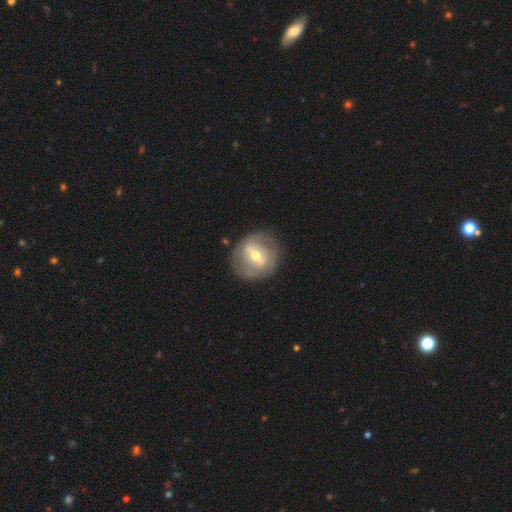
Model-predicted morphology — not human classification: This appears to be a featured or disk galaxy (68%) with a weak bar (42%), spiral arms (59%) and a moderate central bulge (68%). Merging: none (80%).